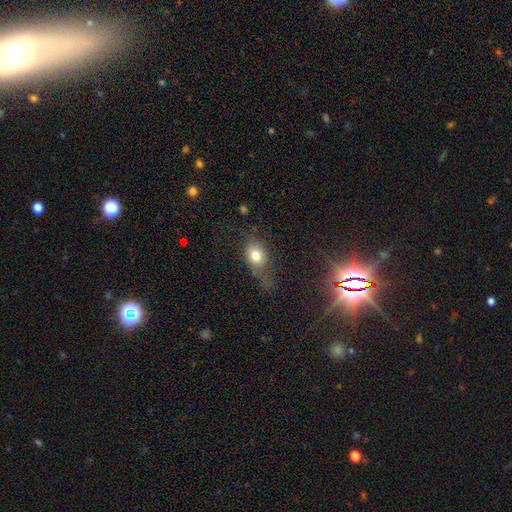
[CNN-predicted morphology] Smooth or featured: smooth — 74% (featured or disk — 15%)
How rounded: in between — 55% (round — 41%)
Merging: none — 44% (minor disturbance — 27%)